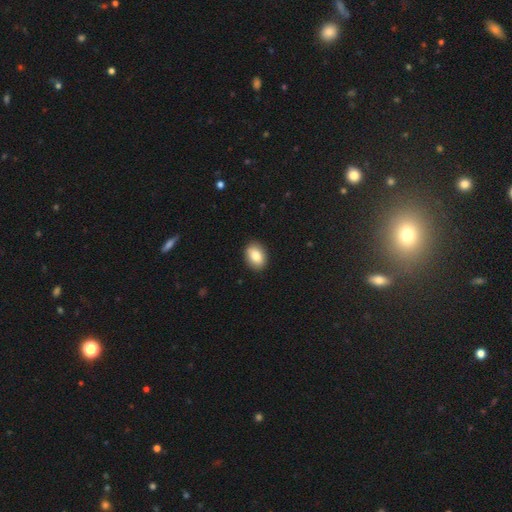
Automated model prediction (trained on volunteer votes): Smooth or featured? Predicted: smooth (p=0.82). How rounded? Predicted: in between (p=0.79). Merging? Predicted: none (p=0.89).